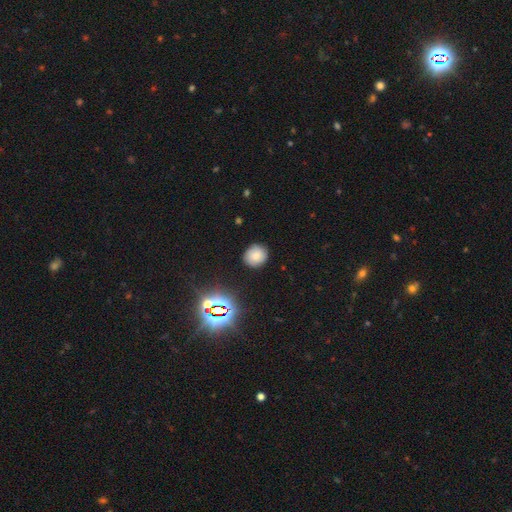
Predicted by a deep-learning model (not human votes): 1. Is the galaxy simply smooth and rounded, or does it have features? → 70% smooth, 15% star or artifact, 15% featured or disk.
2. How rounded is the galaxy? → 88% round, 11% in between, 1% cigar-shaped.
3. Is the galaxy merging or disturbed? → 85% none, 11% minor disturbance, 3% major disturbance, 1% merger.